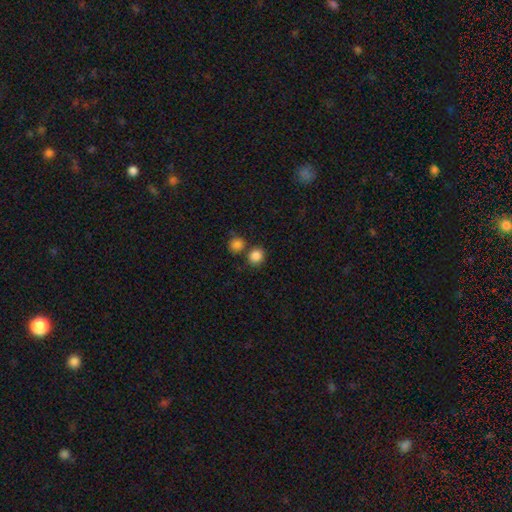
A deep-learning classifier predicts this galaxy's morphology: A smooth galaxy with no disk features (86%) that is round (85%).

Vote fractions:
- Smooth or featured? smooth: 86% / star or artifact: 10% / featured or disk: 4%
- How rounded? round: 85% / in between: 14% / cigar-shaped: 1%
- Merging? none: 67% / merger: 21% / minor disturbance: 9% / major disturbance: 3%